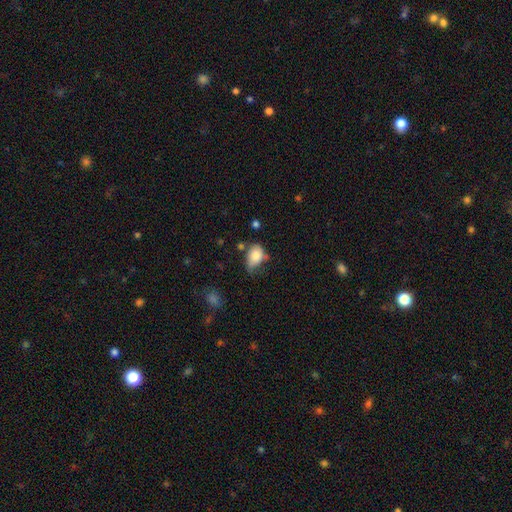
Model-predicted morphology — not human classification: The model was most divided on "merging": minor disturbance: 42%, none: 33%, major disturbance: 17%, merger: 8%. More confident: how rounded — in between (81%); smooth or featured — smooth (81%).